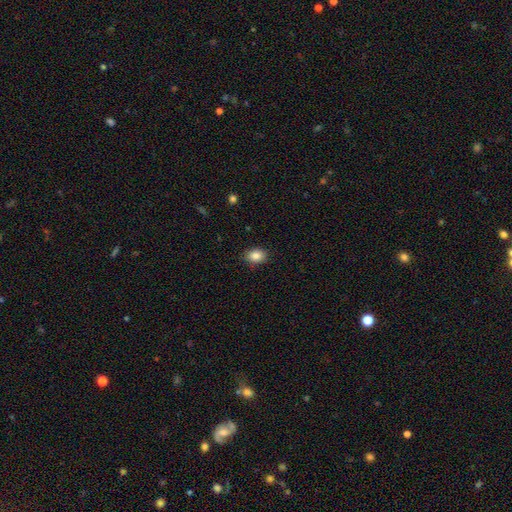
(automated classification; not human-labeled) Smooth or featured? Predicted: smooth (p=0.86). How rounded? Predicted: in between (p=0.69). Merging? Predicted: none (p=0.88).